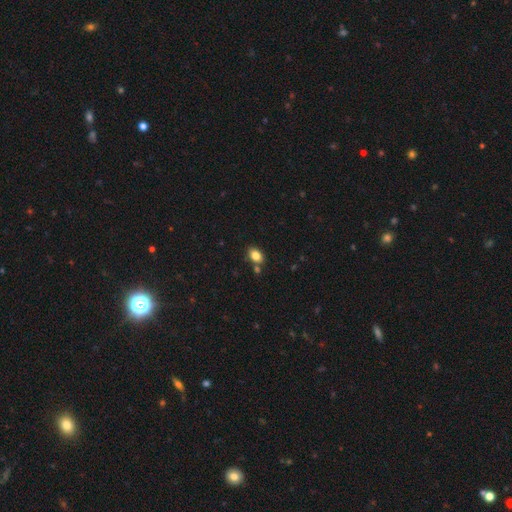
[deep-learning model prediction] Smooth or featured: smooth — 83% (star or artifact — 9%)
How rounded: in between — 83% (round — 15%)
Merging: none — 74% (minor disturbance — 12%)